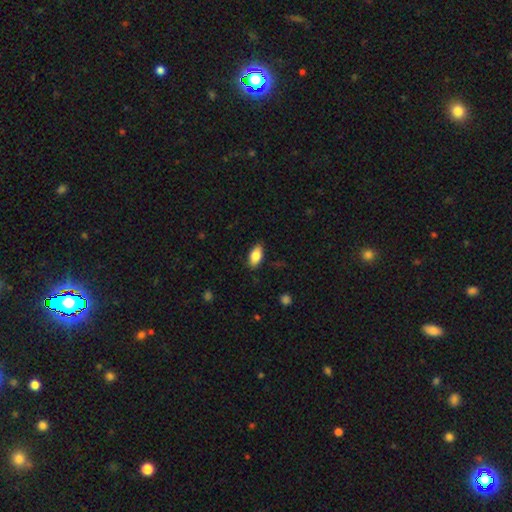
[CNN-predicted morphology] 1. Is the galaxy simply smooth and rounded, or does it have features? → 83% smooth, 11% featured or disk, 7% star or artifact.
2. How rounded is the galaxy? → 90% in between, 6% cigar-shaped, 4% round.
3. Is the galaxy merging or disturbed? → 85% none, 11% minor disturbance, 2% major disturbance, 1% merger.